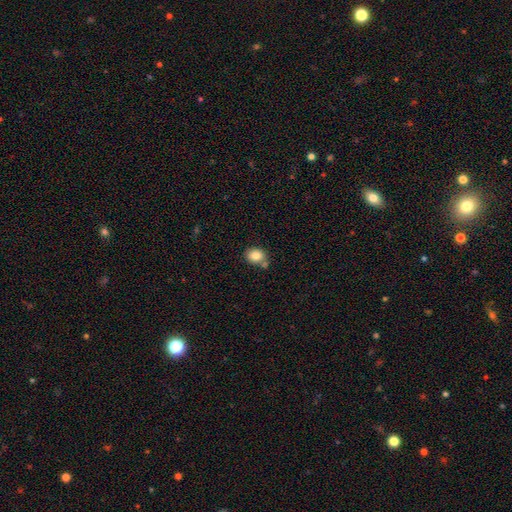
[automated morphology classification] This is clearly a smooth galaxy (83%). How rounded: possibly round (56%). Merging: likely none (66%).